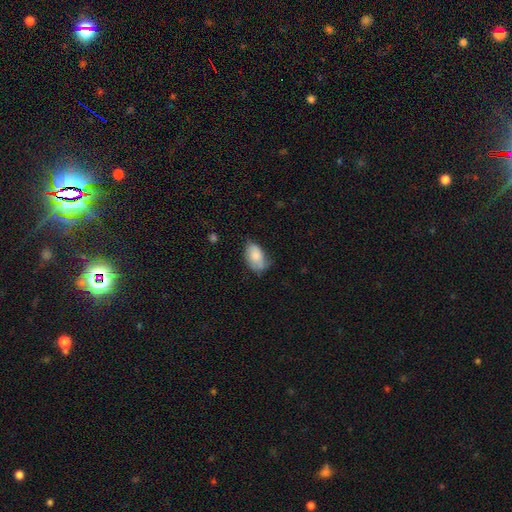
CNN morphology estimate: A smooth galaxy with no disk features (82%) that is in between round and cigar-shaped (93%).

Vote fractions:
- Smooth or featured? smooth: 82% / featured or disk: 11% / star or artifact: 7%
- How rounded? in between: 93% / round: 5% / cigar-shaped: 2%
- Merging? none: 50% / minor disturbance: 37% / major disturbance: 10% / merger: 2%